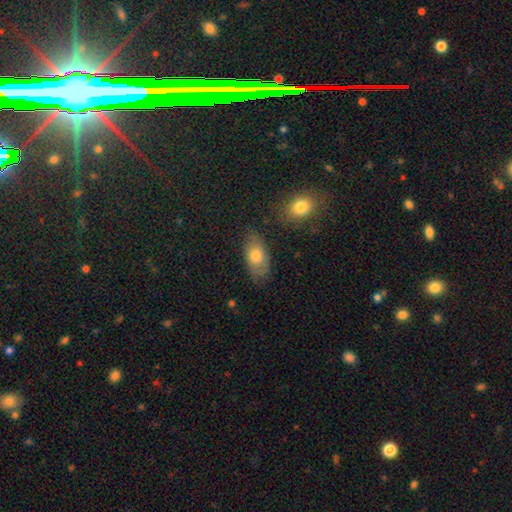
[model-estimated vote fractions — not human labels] This is likely a smooth galaxy (70%). How rounded: clearly in between (89%). Merging: likely none (73%).